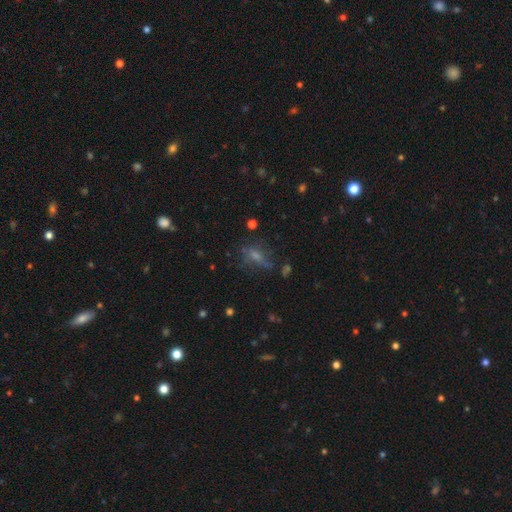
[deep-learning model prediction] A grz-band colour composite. It shows a smooth galaxy with no disk features (48%). Merging: none (52%).